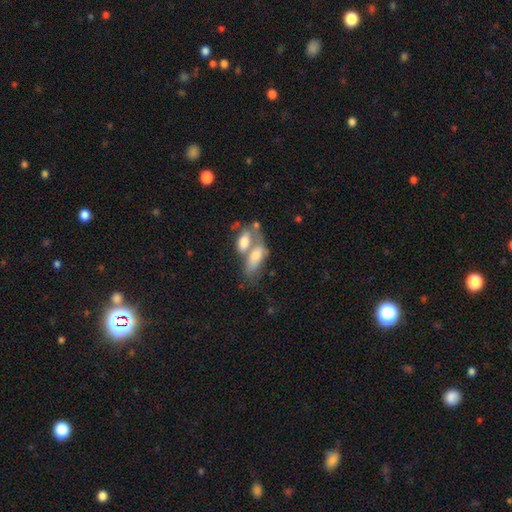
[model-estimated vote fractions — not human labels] smooth_or_featured: smooth (p=0.68) [alt: featured or disk p=0.25]
how_rounded: in between (p=0.83) [alt: cigar-shaped p=0.13]
merging: merger (p=0.65) [alt: none p=0.19]